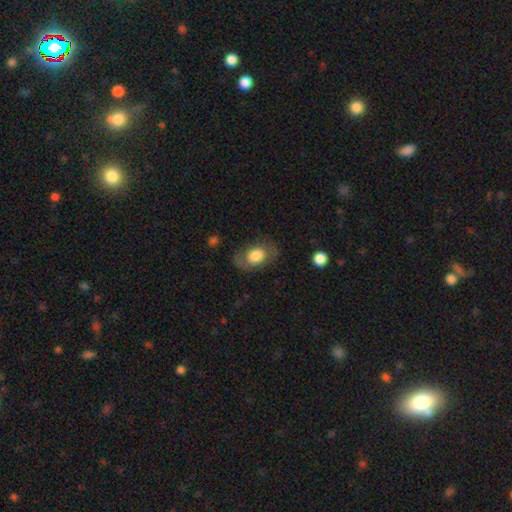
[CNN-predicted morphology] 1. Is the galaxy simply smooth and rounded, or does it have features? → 66% smooth, 27% featured or disk, 7% star or artifact.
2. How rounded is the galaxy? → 79% in between, 19% round, 1% cigar-shaped.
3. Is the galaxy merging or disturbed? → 71% none, 18% minor disturbance, 10% major disturbance, 1% merger.